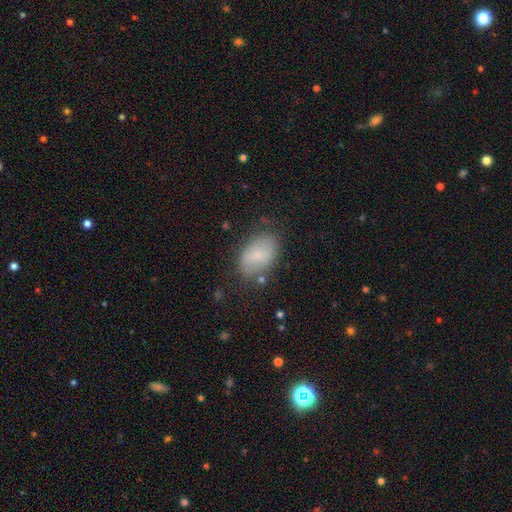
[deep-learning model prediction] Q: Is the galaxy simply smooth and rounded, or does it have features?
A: smooth — 67%.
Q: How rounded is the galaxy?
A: in between — 87%.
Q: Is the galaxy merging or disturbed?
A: none — 73%.